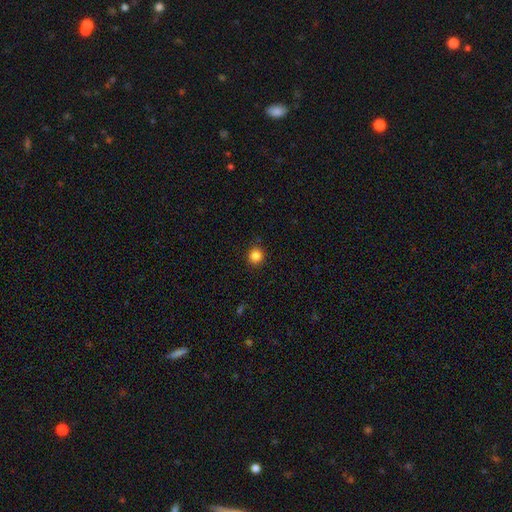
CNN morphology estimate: Smooth or featured? smooth (85%)
How rounded? round (90%)
Merging? none (90%)